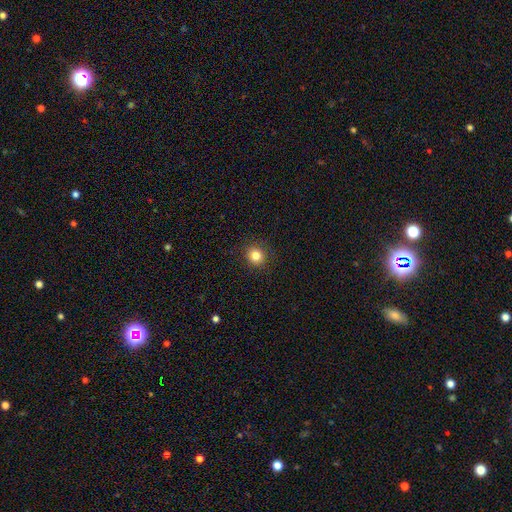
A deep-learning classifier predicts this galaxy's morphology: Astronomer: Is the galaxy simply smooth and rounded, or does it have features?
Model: smooth — 82%.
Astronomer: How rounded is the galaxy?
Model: round — 91%.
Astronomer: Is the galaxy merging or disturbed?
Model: none — 91%.